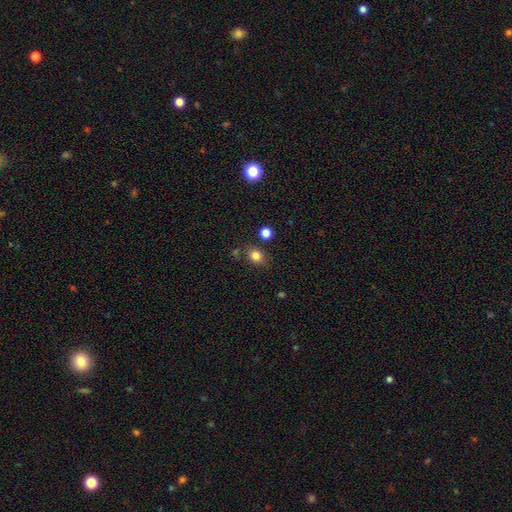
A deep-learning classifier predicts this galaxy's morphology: Smooth or featured: smooth — 82% (star or artifact — 12%)
How rounded: round — 63% (in between — 35%)
Merging: none — 74% (minor disturbance — 14%)